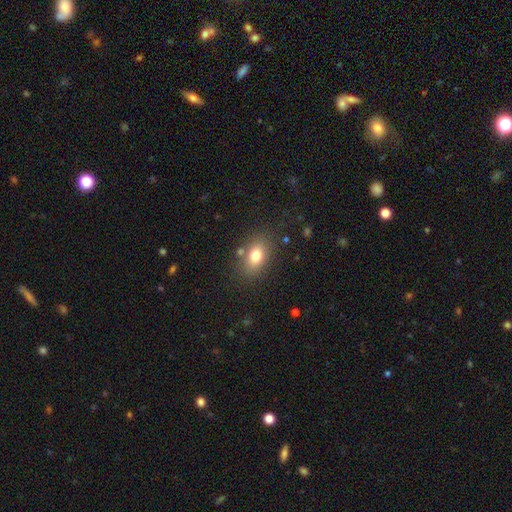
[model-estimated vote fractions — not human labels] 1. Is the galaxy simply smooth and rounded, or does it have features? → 76% smooth, 13% featured or disk, 11% star or artifact.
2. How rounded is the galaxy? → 76% in between, 23% round, 2% cigar-shaped.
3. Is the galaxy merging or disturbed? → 78% none, 12% minor disturbance, 5% merger, 4% major disturbance.